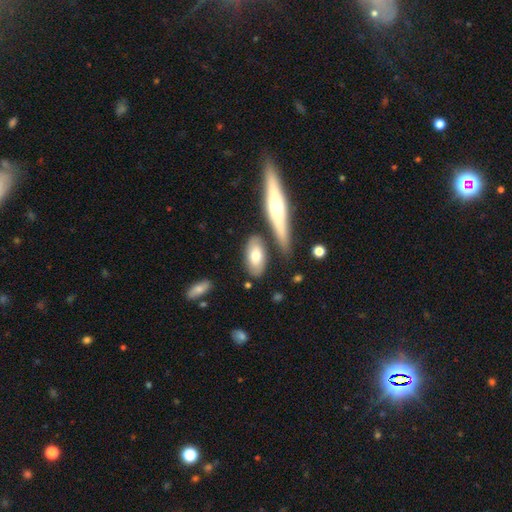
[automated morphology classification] A smooth galaxy with no disk features (66%) that is in between round and cigar-shaped (86%). Merging: none (73%).